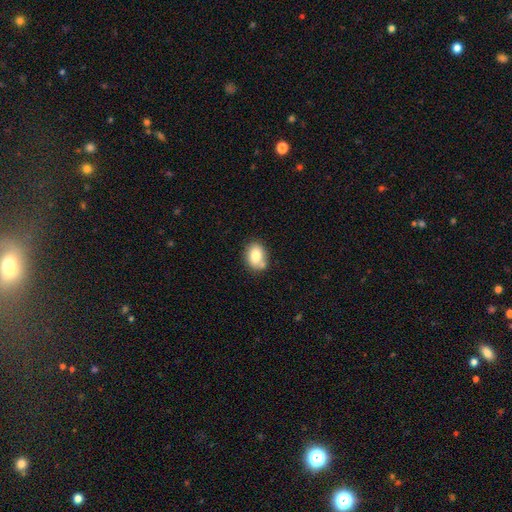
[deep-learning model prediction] Smooth or featured? Predicted: smooth (p=0.78). How rounded? Predicted: in between (p=0.63). Merging? Predicted: none (p=0.64).